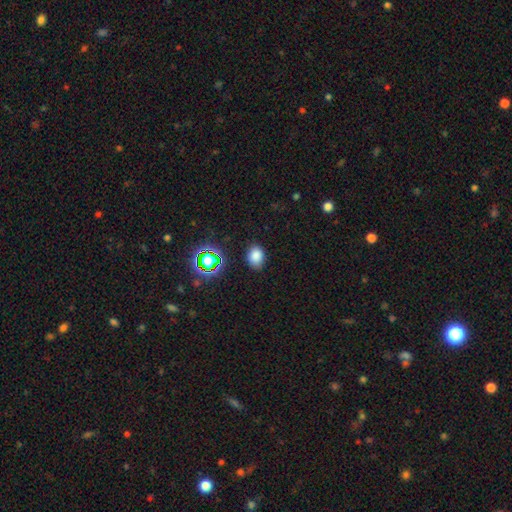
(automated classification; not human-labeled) Smooth or featured? smooth (77%)
How rounded? in between (65%)
Merging? none (82%)